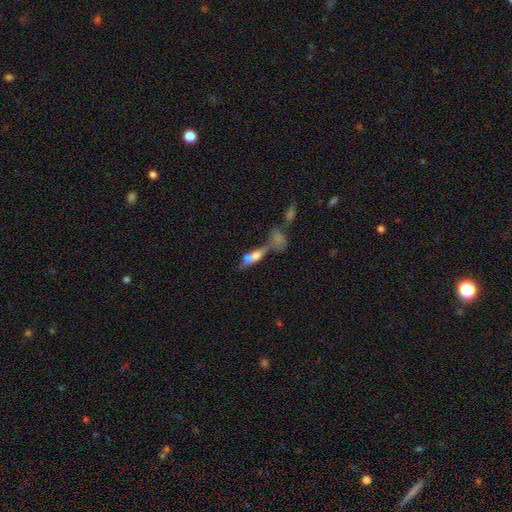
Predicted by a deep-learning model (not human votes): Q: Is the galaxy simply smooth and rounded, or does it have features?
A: smooth — 50%.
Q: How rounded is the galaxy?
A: in between — 48%.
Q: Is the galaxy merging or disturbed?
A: merger — 61%.